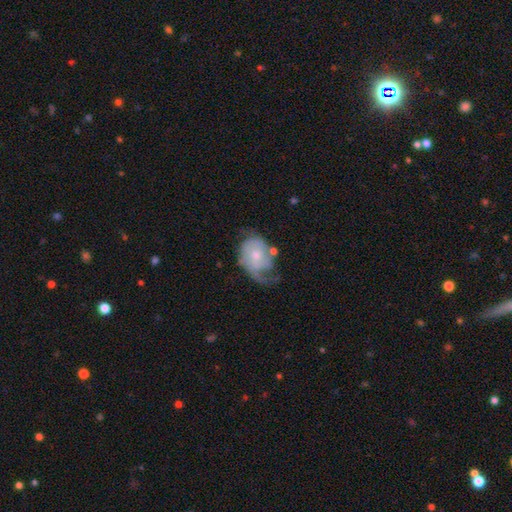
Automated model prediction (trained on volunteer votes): The model was most divided on "merging": major disturbance: 34%, none: 33%, minor disturbance: 25%, merger: 7%. Remaining: edge-on disk — no (97%); spiral arms — yes (85%); bar — no (73%); smooth or featured — featured or disk (70%); bulge size — moderate (50%); spiral arm count — 1 (46%); spiral winding — medium (36%).